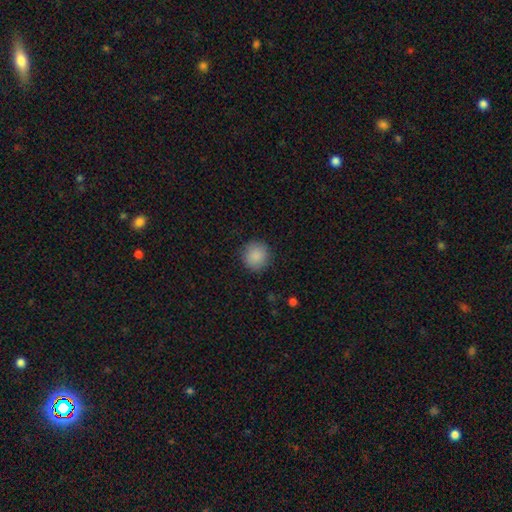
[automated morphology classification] smooth-or-featured: smooth: 89% | star or artifact: 8% | featured or disk: 3%
  how-rounded: round: 93% | in between: 6% | cigar-shaped: 1%
  merging: none: 88% | minor disturbance: 8% | major disturbance: 2% | merger: 1%